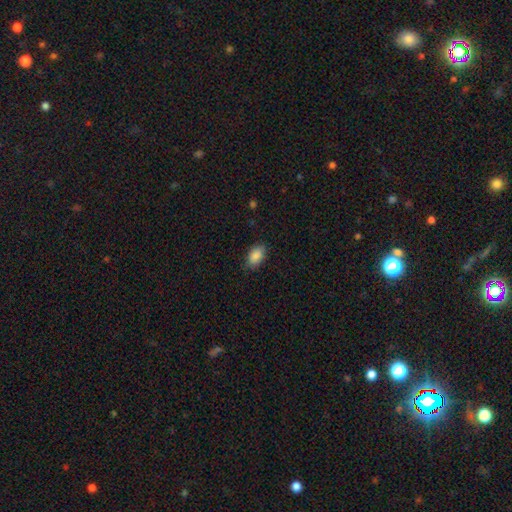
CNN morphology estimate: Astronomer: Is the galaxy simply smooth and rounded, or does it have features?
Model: smooth — 88%.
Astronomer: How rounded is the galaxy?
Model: in between — 91%.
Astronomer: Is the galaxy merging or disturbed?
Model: none — 83%.